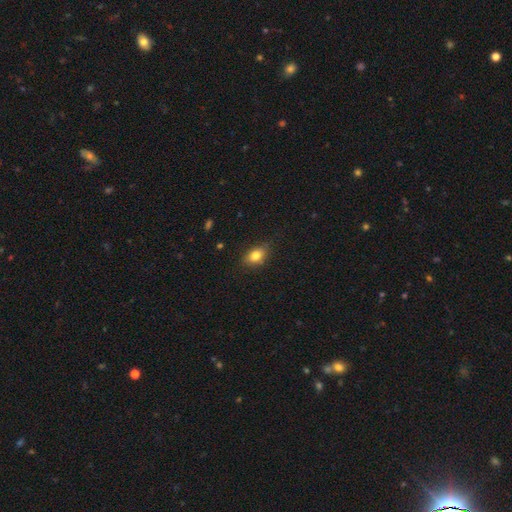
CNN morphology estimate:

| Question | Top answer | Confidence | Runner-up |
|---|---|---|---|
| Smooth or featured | smooth | 81% | featured or disk (10%) |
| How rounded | in between | 74% | round (24%) |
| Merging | none | 77% | minor disturbance (19%) |